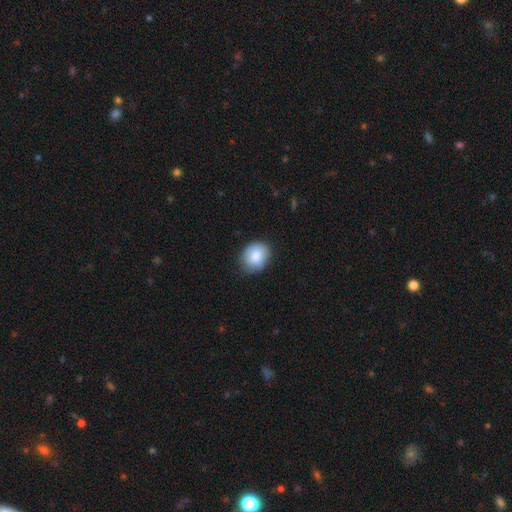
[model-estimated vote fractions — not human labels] Smooth or featured?
  - smooth: 84% *
  - featured or disk: 9%
  - star or artifact: 7%
How rounded?
  - round: 57% *
  - in between: 42%
  - cigar-shaped: 1%
Merging?
  - none: 78% *
  - minor disturbance: 18%
  - major disturbance: 3%
  - merger: 1%